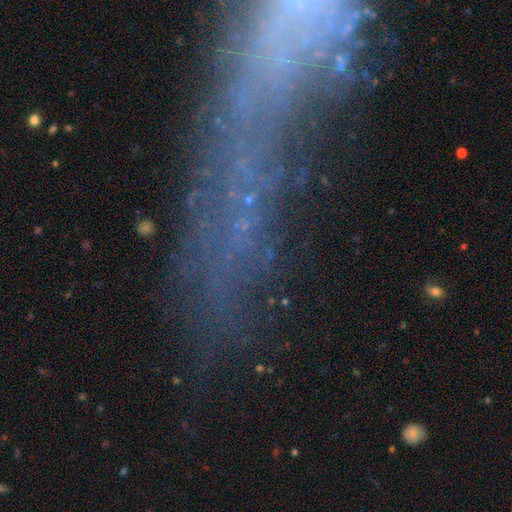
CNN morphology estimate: Overall: featured or disk (39%; star or artifact 36%). Merging: none (55%; major disturbance 18%).